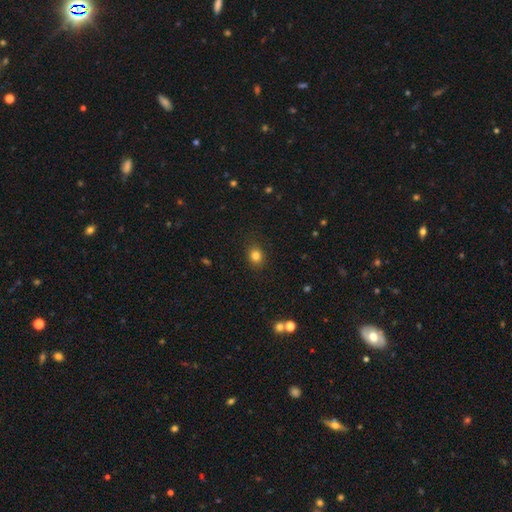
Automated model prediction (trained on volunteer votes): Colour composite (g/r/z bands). It shows a smooth galaxy with no disk features (82%) that is round (63%). Merging: none (87%).